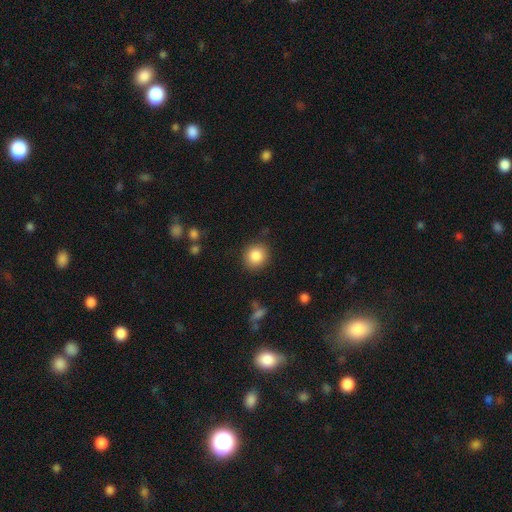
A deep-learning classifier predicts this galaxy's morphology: smooth 86%, star or artifact 9%, featured or disk 5%. Down the decision tree: how rounded — round (82%); merging — none (87%).